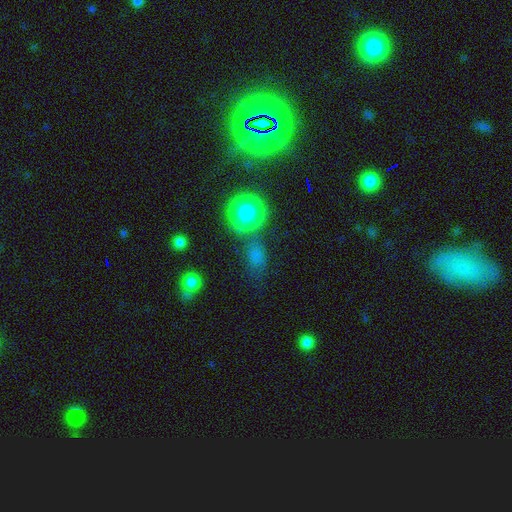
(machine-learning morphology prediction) A smooth galaxy with no disk features (69%) that is in between round and cigar-shaped (54%).

Vote fractions:
- Smooth or featured? smooth: 69% / star or artifact: 23% / featured or disk: 8%
- How rounded? in between: 54% / round: 42% / cigar-shaped: 4%
- Merging? none: 65% / minor disturbance: 15% / merger: 11% / major disturbance: 9%